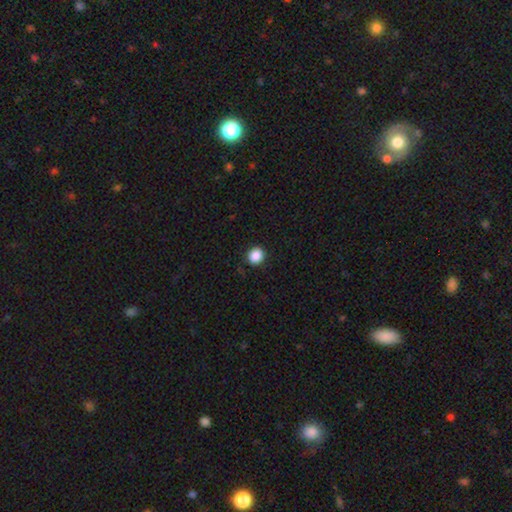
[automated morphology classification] A smooth galaxy with no disk features (88%) that is round (86%). Merging: none (91%).